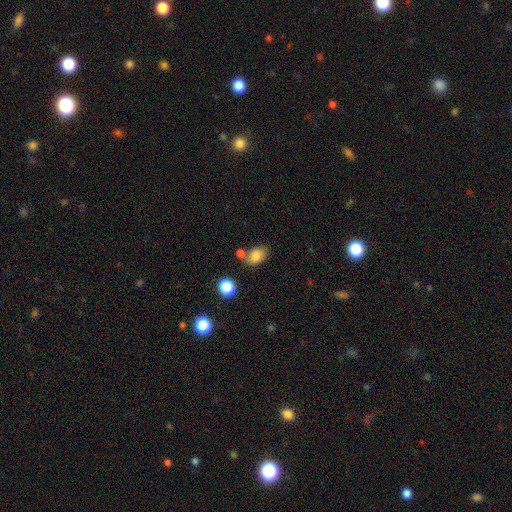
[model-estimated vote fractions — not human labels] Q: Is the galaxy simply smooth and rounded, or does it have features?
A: smooth — 82%.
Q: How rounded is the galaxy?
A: in between — 78%.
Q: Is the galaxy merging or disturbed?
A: none — 58%.